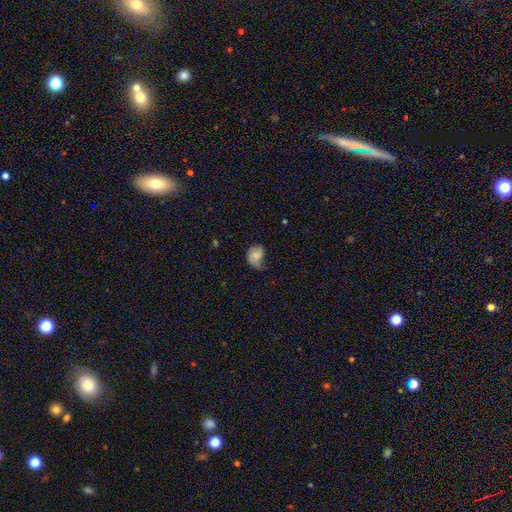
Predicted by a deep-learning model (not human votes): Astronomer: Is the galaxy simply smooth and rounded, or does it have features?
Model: smooth — 60%.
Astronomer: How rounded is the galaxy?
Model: in between — 60% (runner-up: round, 39%).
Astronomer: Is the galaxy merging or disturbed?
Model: minor disturbance — 35% (runner-up: major disturbance, 32%).